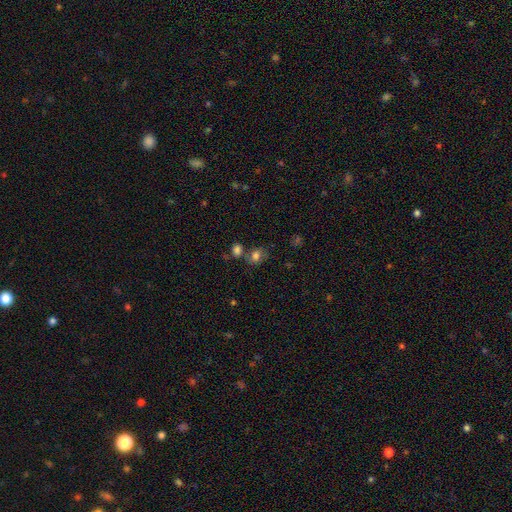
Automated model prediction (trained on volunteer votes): This is likely a smooth galaxy (77%). How rounded: likely in between (64%). Merging: possibly none (53%).